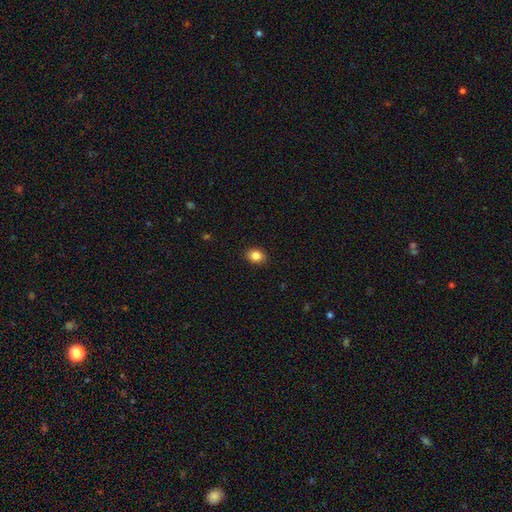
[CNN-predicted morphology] This is clearly a smooth galaxy (85%). How rounded: possibly in between (60%). Merging: clearly none (89%).